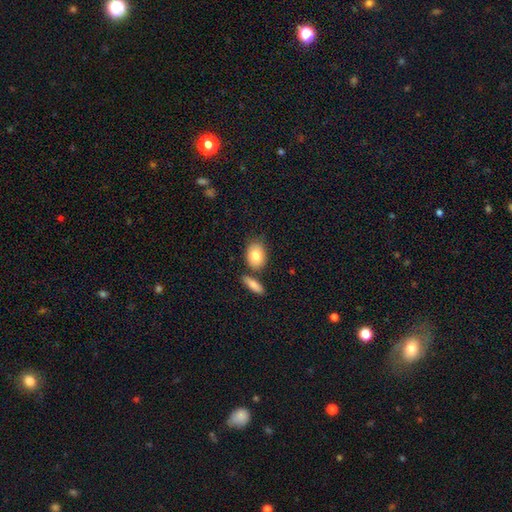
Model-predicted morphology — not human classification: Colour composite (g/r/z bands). It shows a smooth galaxy with no disk features (81%) that is in between round and cigar-shaped (76%). Merging: none (64%).